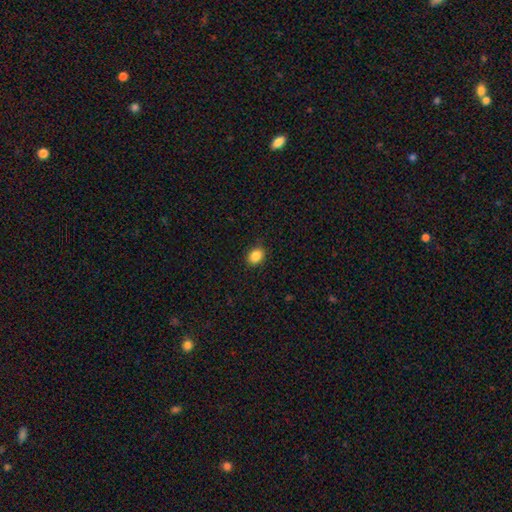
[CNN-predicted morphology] smooth-or-featured: smooth: 86% | star or artifact: 10% | featured or disk: 4%
  how-rounded: in between: 50% | round: 49% | cigar-shaped: 1%
  merging: none: 89% | minor disturbance: 8% | major disturbance: 2% | merger: 1%